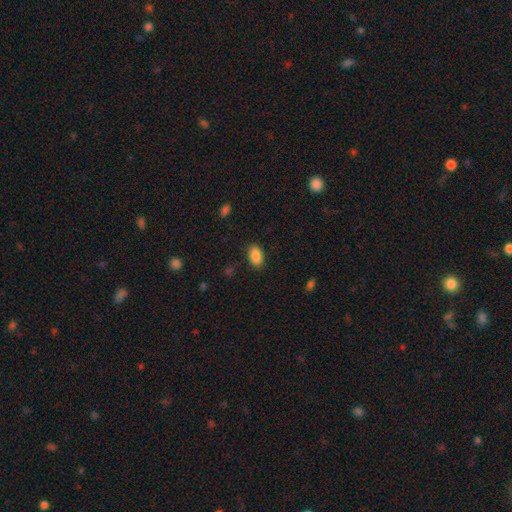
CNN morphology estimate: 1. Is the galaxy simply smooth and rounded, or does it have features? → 88% smooth, 8% star or artifact, 4% featured or disk.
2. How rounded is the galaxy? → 91% in between, 7% round, 2% cigar-shaped.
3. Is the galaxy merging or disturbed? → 86% none, 10% minor disturbance, 3% major disturbance, 1% merger.